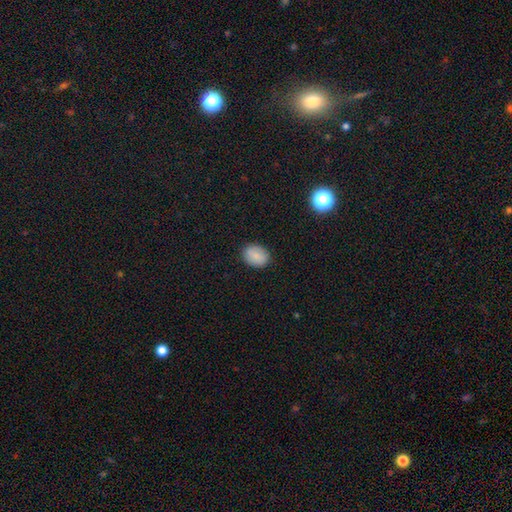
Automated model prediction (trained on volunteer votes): This is clearly a smooth galaxy (86%). How rounded: possibly in between (59%). Merging: clearly none (88%).